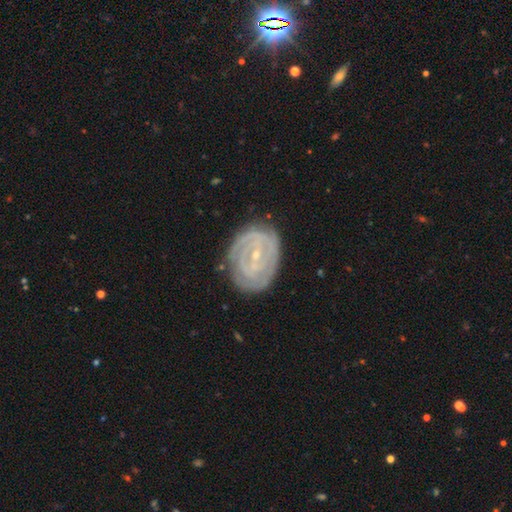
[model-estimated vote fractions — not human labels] Q: Smooth or featured?
A: featured or disk (76%); runner-up: smooth (15%)
Q: Edge-on disk?
A: no (96%); runner-up: yes (4%)
Q: Bar?
A: weak (45%); runner-up: no (30%)
Q: Spiral arms?
A: yes (80%); runner-up: no (20%)
Q: Spiral winding?
A: tight (71%); runner-up: medium (22%)
Q: Spiral arm count?
A: can't tell (44%); runner-up: 2 (32%)
Q: Bulge size?
A: small (80%); runner-up: moderate (16%)
Q: Merging?
A: none (75%); runner-up: minor disturbance (17%)